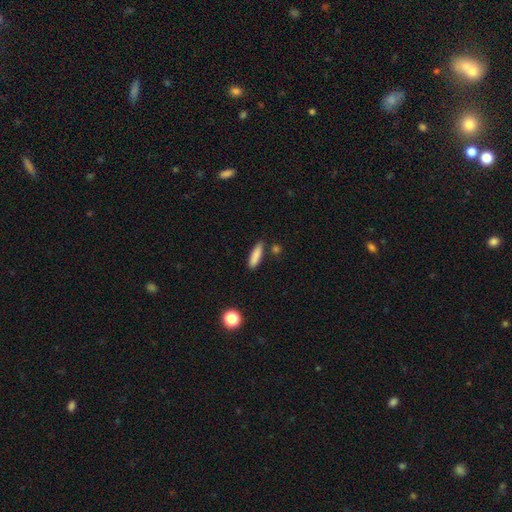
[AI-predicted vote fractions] Smooth or featured?
  - smooth: 85% *
  - featured or disk: 8%
  - star or artifact: 7%
How rounded?
  - cigar-shaped: 66% *
  - in between: 32%
  - round: 2%
Merging?
  - none: 80% *
  - minor disturbance: 13%
  - merger: 5%
  - major disturbance: 3%